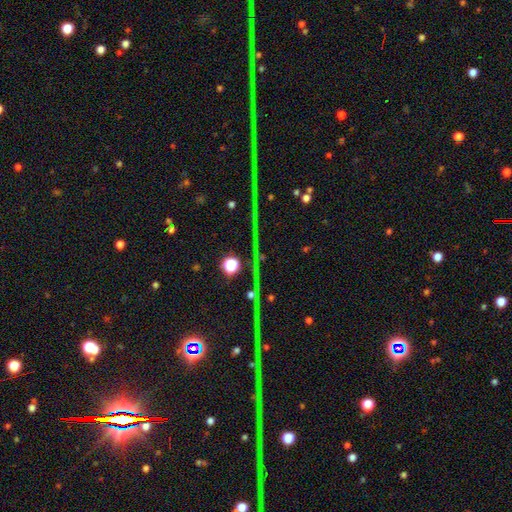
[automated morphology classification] star or artifact 82%, featured or disk 9%, smooth 9%.